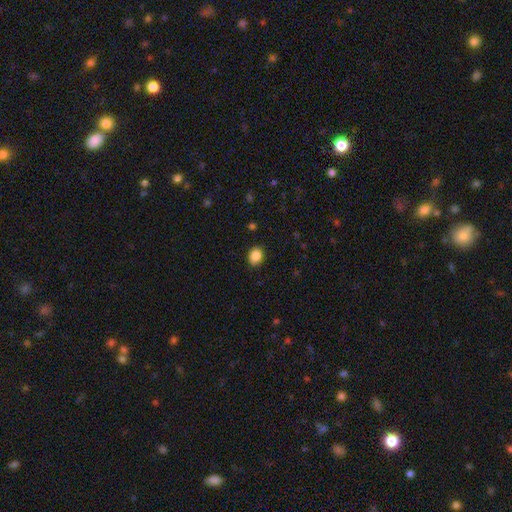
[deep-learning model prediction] smooth 88%, star or artifact 8%, featured or disk 4%. Down the decision tree: how rounded — in between (62%); merging — none (88%).